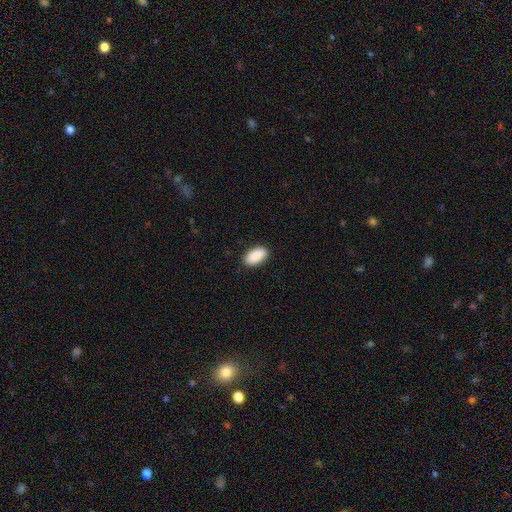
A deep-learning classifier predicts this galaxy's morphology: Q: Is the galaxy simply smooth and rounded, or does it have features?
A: smooth — 91%.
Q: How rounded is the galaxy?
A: in between — 94%.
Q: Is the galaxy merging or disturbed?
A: none — 88%.